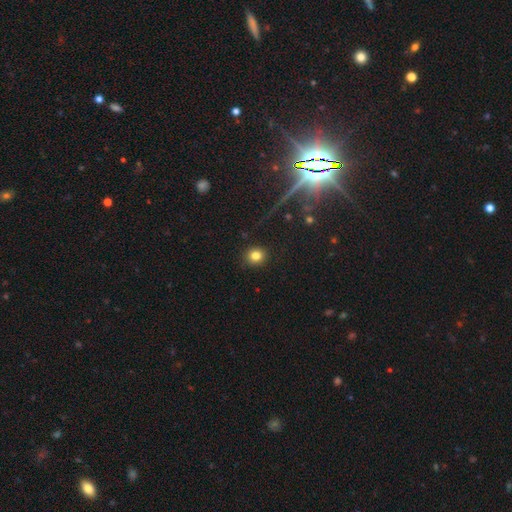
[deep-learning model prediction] A smooth galaxy with no disk features (81%) that is round (81%).

Vote fractions:
- Smooth or featured? smooth: 81% / star or artifact: 13% / featured or disk: 7%
- How rounded? round: 81% / in between: 18% / cigar-shaped: 1%
- Merging? none: 90% / minor disturbance: 7% / major disturbance: 2% / merger: 1%